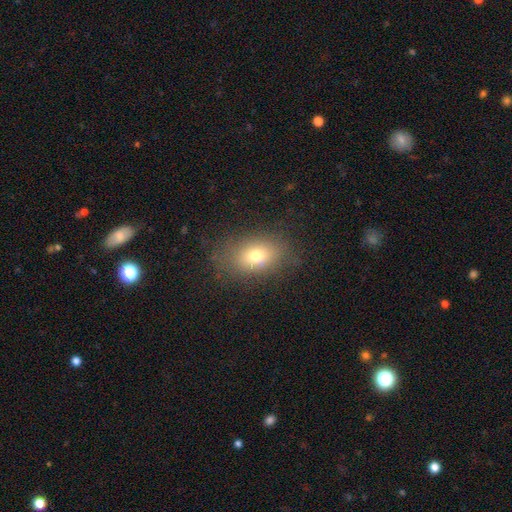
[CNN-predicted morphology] Q: Smooth or featured?
A: smooth (74%); runner-up: featured or disk (14%)
Q: How rounded?
A: in between (80%); runner-up: round (17%)
Q: Merging?
A: none (81%); runner-up: minor disturbance (13%)